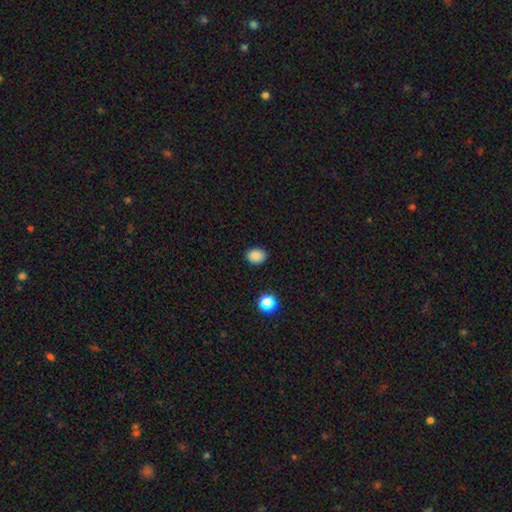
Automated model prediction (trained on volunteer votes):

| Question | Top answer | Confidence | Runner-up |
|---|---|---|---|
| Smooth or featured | smooth | 86% | star or artifact (11%) |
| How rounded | in between | 51% | round (49%) |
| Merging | none | 87% | minor disturbance (9%) |